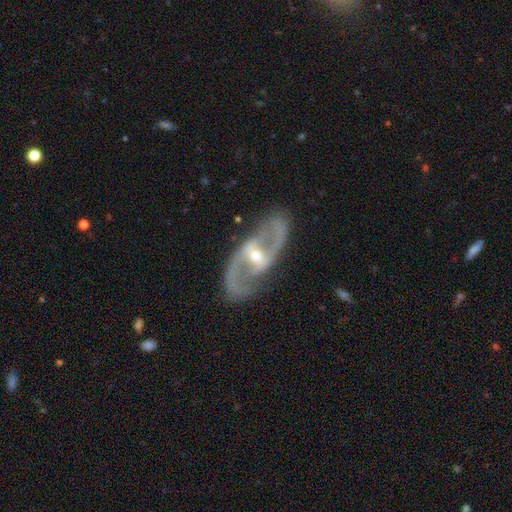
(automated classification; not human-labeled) Q: Smooth or featured?
A: featured or disk (89%); runner-up: smooth (6%)
Q: Edge-on disk?
A: no (94%); runner-up: yes (6%)
Q: Bar?
A: strong (44%); runner-up: weak (39%)
Q: Spiral arms?
A: yes (93%); runner-up: no (7%)
Q: Spiral winding?
A: medium (57%); runner-up: loose (29%)
Q: Spiral arm count?
A: 2 (93%); runner-up: can't tell (3%)
Q: Bulge size?
A: small (49%); runner-up: moderate (47%)
Q: Merging?
A: none (83%); runner-up: minor disturbance (11%)